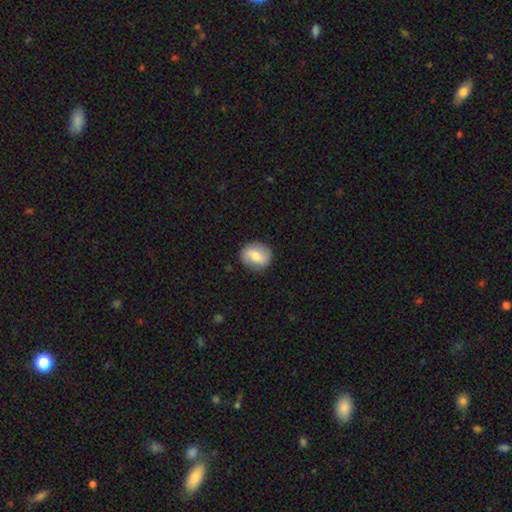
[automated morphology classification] type=smooth (61%); roundness=round (67%); merging=none (86%).